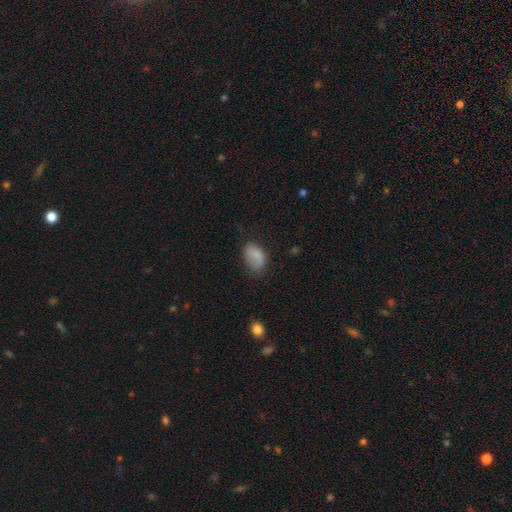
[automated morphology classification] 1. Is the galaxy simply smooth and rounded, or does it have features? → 80% smooth, 11% featured or disk, 9% star or artifact.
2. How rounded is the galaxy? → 88% in between, 10% round, 1% cigar-shaped.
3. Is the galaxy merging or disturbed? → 55% none, 30% minor disturbance, 12% major disturbance, 3% merger.